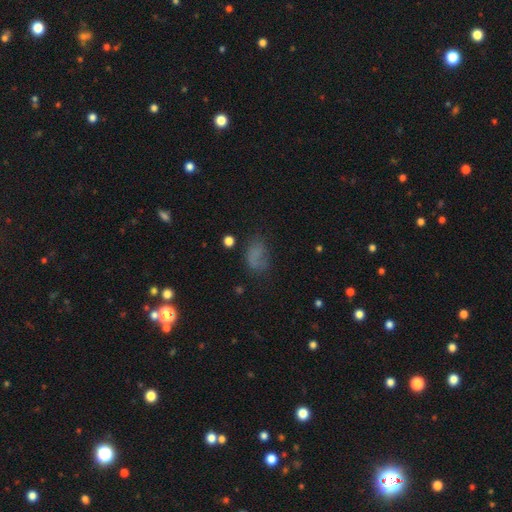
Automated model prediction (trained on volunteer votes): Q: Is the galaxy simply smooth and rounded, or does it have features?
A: smooth — 63%.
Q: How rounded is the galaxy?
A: in between — 82%.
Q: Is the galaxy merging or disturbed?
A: none — 50%.